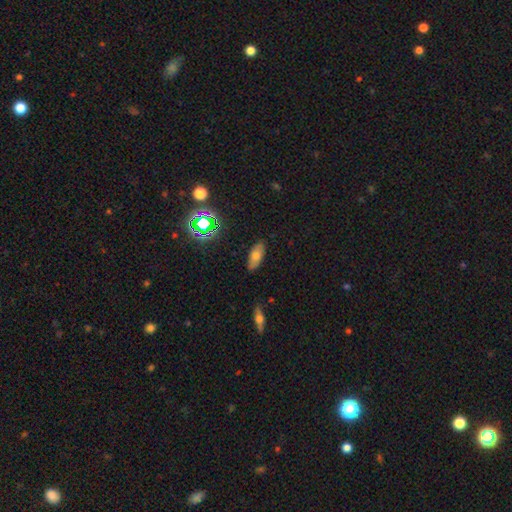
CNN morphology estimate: This is likely a smooth galaxy (67%). How rounded: clearly in between (83%). Merging: clearly none (85%).